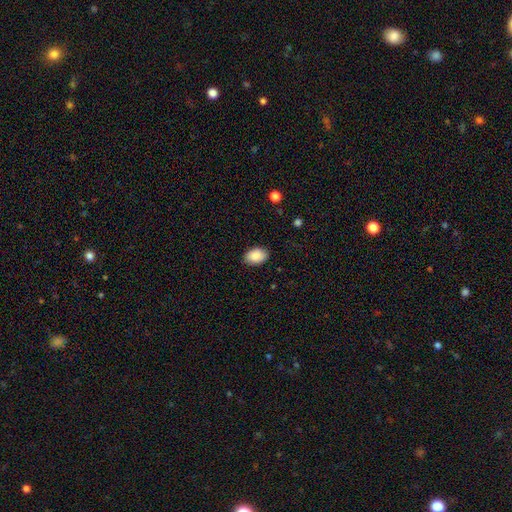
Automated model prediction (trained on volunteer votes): smooth-or-featured: smooth: 89% | star or artifact: 7% | featured or disk: 5%
  how-rounded: in between: 87% | round: 12% | cigar-shaped: 1%
  merging: none: 86% | minor disturbance: 11% | major disturbance: 2% | merger: 1%